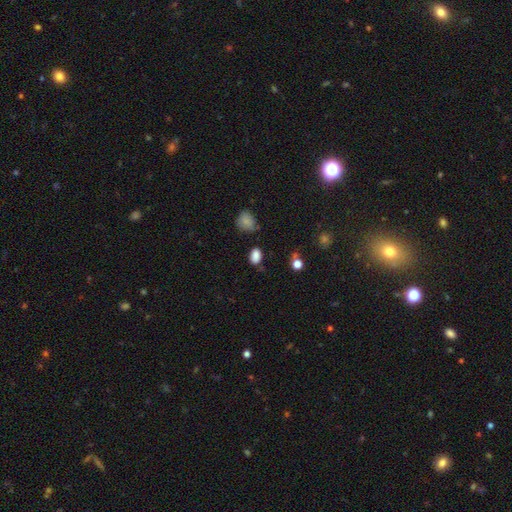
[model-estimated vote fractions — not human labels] smooth 84%, star or artifact 11%, featured or disk 5%. Down the decision tree: how rounded — in between (86%); merging — none (75%).